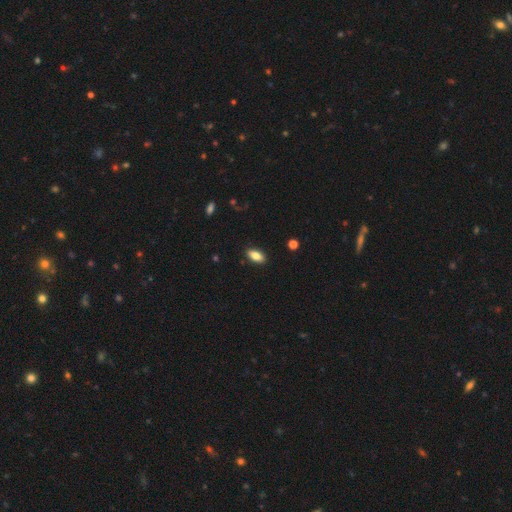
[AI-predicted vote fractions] Morphology: type=smooth (82%); roundness=in between (90%); merging=none (89%).